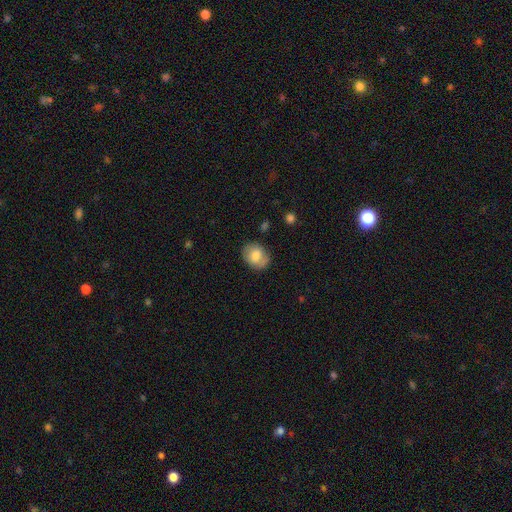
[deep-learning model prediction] Smooth or featured?
  - smooth: 70% *
  - featured or disk: 22%
  - star or artifact: 8%
How rounded?
  - in between: 51% *
  - round: 48%
  - cigar-shaped: 1%
Merging?
  - none: 73% *
  - minor disturbance: 20%
  - major disturbance: 5%
  - merger: 2%